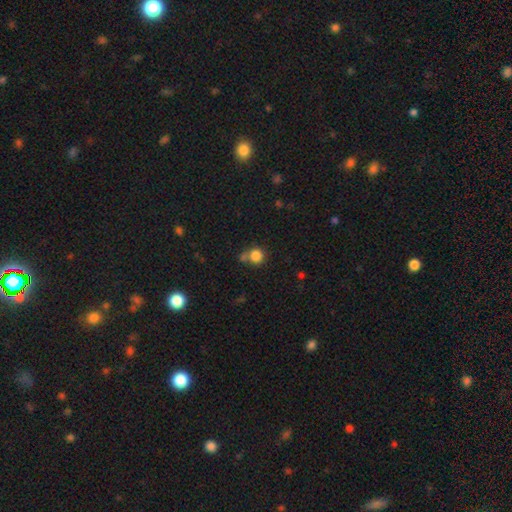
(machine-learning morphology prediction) Overall: smooth (83%). How rounded: round (90%). Merging: none (58%; merger 22%).